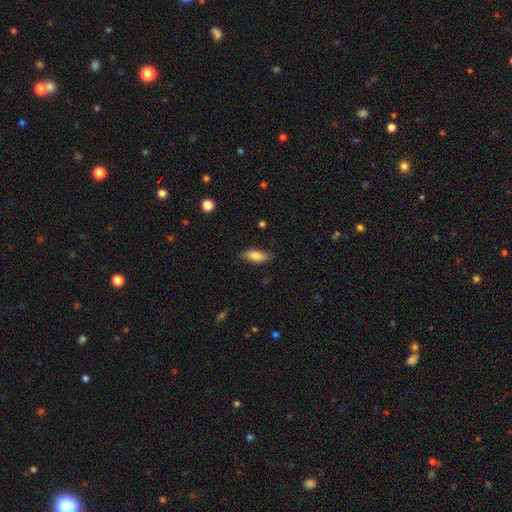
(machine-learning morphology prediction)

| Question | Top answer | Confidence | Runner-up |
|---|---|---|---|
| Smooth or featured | smooth | 83% | featured or disk (10%) |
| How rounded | in between | 79% | cigar-shaped (18%) |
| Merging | none | 81% | minor disturbance (15%) |